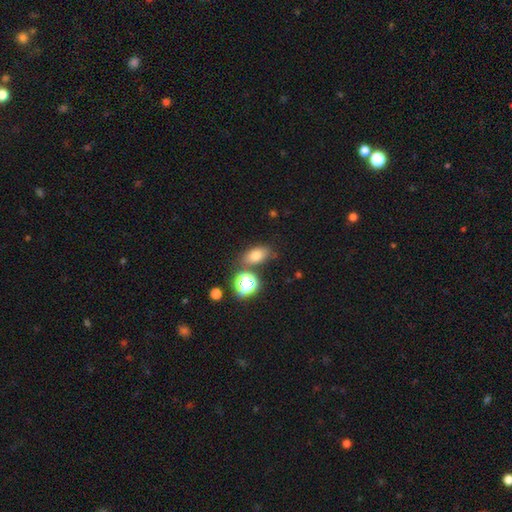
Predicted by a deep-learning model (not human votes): smooth-or-featured: smooth: 73% | star or artifact: 16% | featured or disk: 11%
  how-rounded: in between: 79% | round: 18% | cigar-shaped: 3%
  merging: none: 72% | minor disturbance: 13% | merger: 11% | major disturbance: 4%